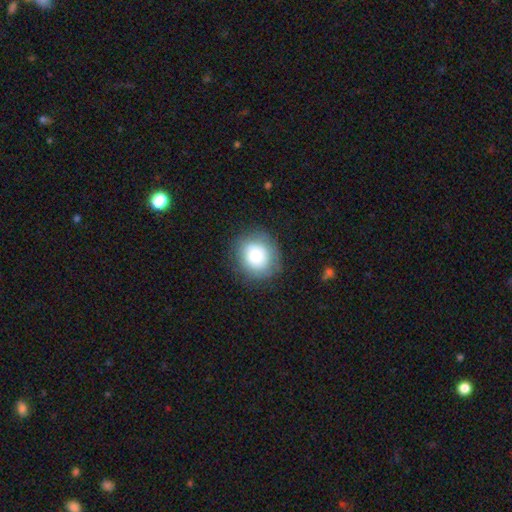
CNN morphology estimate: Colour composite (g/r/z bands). It shows a smooth galaxy with no disk features (77%) that is round (81%). Merging: none (82%).